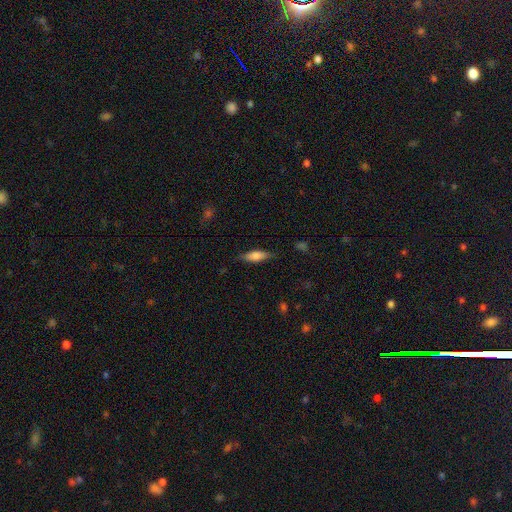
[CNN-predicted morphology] This is likely a smooth galaxy (68%). How rounded: possibly in between (50%). Merging: clearly none (82%).